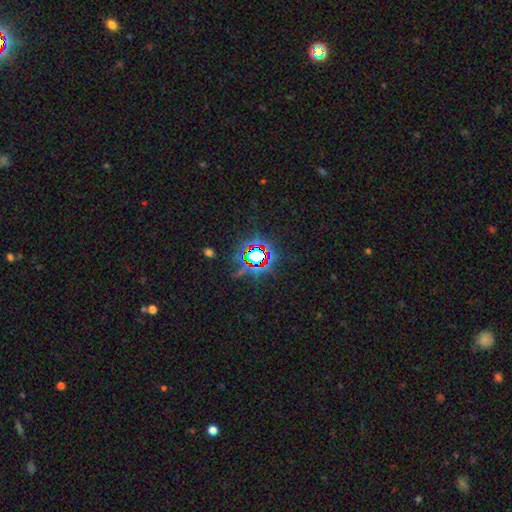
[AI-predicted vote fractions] This is likely a star or artifact rather than a galaxy (75%).